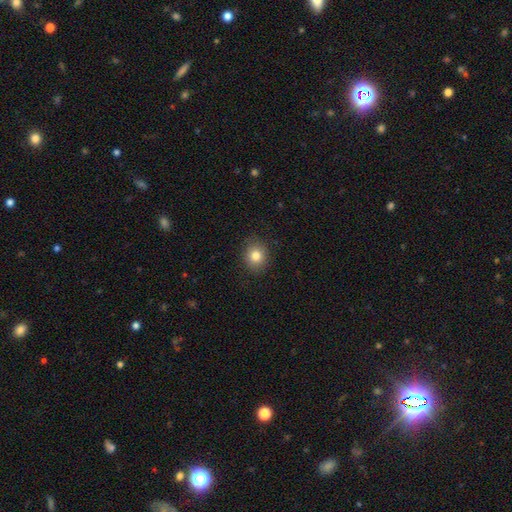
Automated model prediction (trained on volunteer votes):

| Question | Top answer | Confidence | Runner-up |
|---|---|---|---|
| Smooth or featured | smooth | 82% | star or artifact (10%) |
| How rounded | round | 68% | in between (31%) |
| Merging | none | 87% | minor disturbance (10%) |